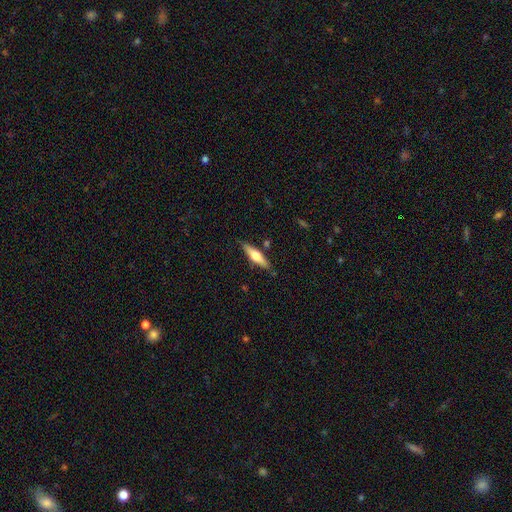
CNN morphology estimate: Smooth or featured?
  - featured or disk: 48% *
  - smooth: 46%
  - star or artifact: 6%
Merging?
  - none: 82% *
  - minor disturbance: 12%
  - merger: 3%
  - major disturbance: 2%